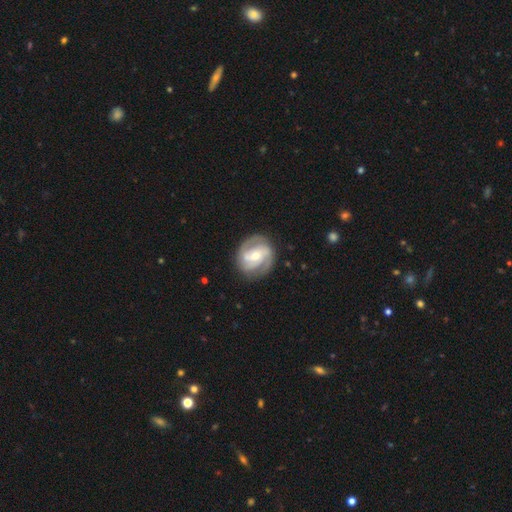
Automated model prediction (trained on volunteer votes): This is clearly a featured or disk galaxy (85%). It is clearly not viewed edge-on (98%). Bar: marginally weak (39%, tied with no). Spiral arm pattern: clearly yes (96%). Spiral arm count: possibly 2 (52%). Spiral winding: marginally tight (45%). Central bulge: possibly small (50%). Merging: clearly none (81%).